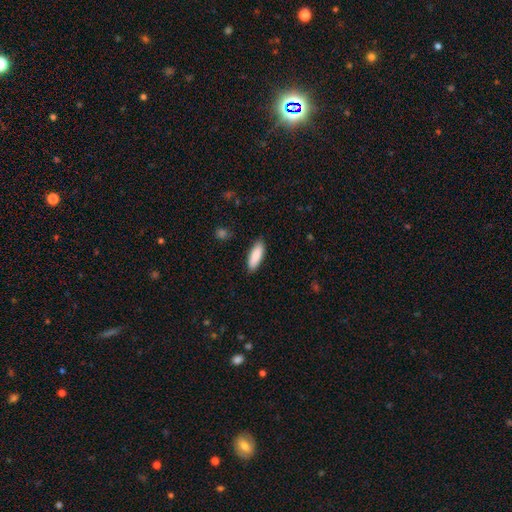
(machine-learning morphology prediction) Q: Smooth or featured?
A: smooth (87%); runner-up: featured or disk (8%)
Q: How rounded?
A: in between (60%); runner-up: cigar-shaped (38%)
Q: Merging?
A: none (88%); runner-up: minor disturbance (9%)